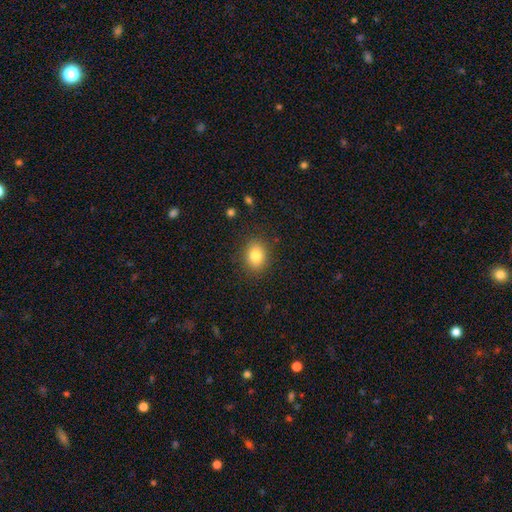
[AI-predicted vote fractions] Overall: smooth (82%). How rounded: in between (51%; round 48%). Merging: none (86%).